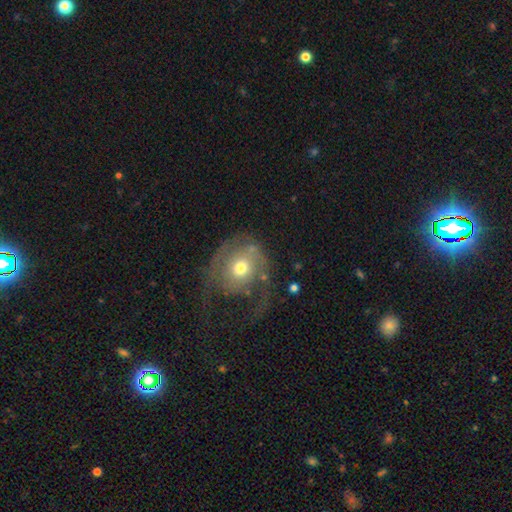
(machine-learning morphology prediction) Smooth or featured? Predicted: featured or disk (p=0.63). Edge-on disk? Predicted: no (p=0.96). Bar? Predicted: no (p=0.80). Spiral arms? Predicted: yes (p=0.73). Bulge size? Predicted: moderate (p=0.68). Merging? Predicted: major disturbance (p=0.43).